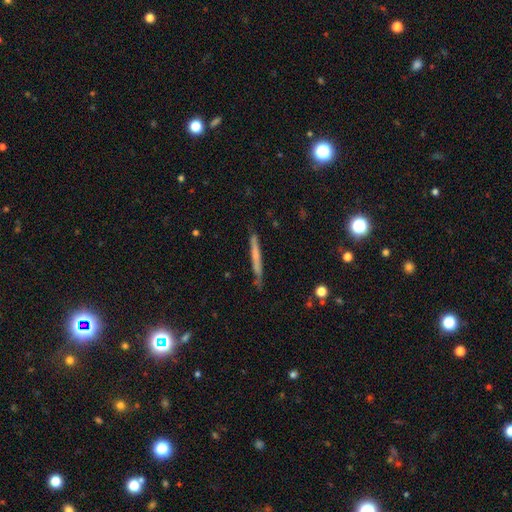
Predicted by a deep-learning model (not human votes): smooth_or_featured: smooth (p=0.54) [alt: featured or disk p=0.39]
how_rounded: cigar-shaped (p=0.96) [alt: in between p=0.02]
merging: none (p=0.82) [alt: minor disturbance p=0.13]